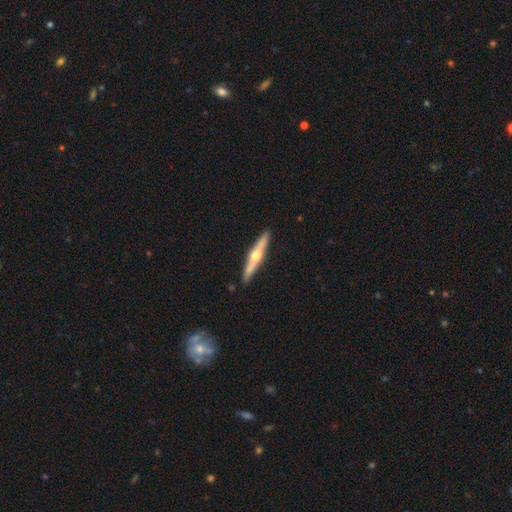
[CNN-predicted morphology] A featured or disk galaxy (69%) viewed edge-on (97%) with a rounded central bulge (94%).

Vote fractions:
- Smooth or featured? featured or disk: 69% / smooth: 26% / star or artifact: 5%
- Edge-on disk? yes: 97% / no: 3%
- Edge-on bulge? rounded: 94% / none: 4% / boxy: 2%
- Merging? none: 91% / minor disturbance: 7% / major disturbance: 1% / merger: 1%